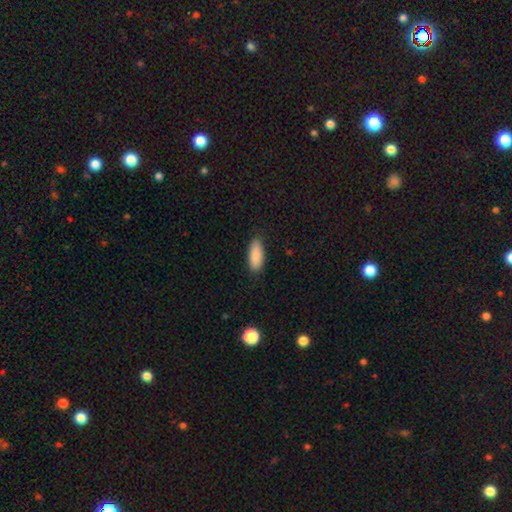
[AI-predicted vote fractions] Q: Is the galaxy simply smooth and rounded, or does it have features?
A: smooth — 89%.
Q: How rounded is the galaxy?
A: in between — 79%.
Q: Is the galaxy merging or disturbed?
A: none — 84%.